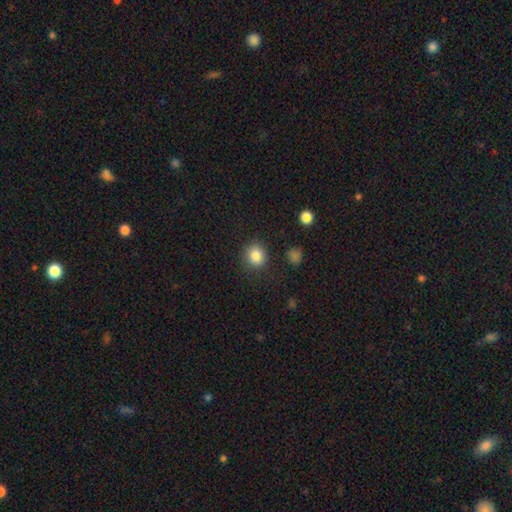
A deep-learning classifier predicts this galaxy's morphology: smooth 85%, star or artifact 10%, featured or disk 5%. Down the decision tree: how rounded — round (85%); merging — none (87%).